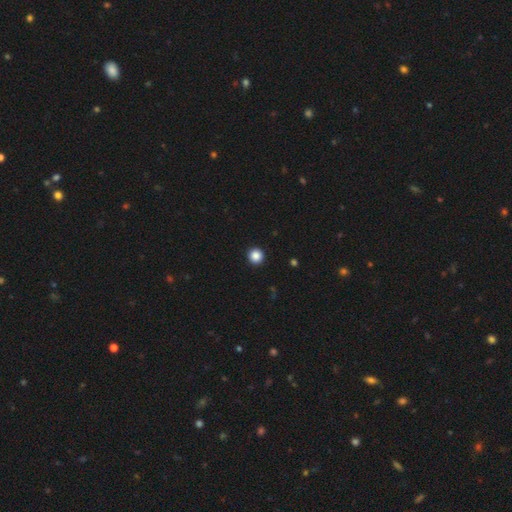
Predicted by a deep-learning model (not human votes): smooth 86%, star or artifact 10%, featured or disk 3%. Down the decision tree: how rounded — round (96%); merging — none (94%).